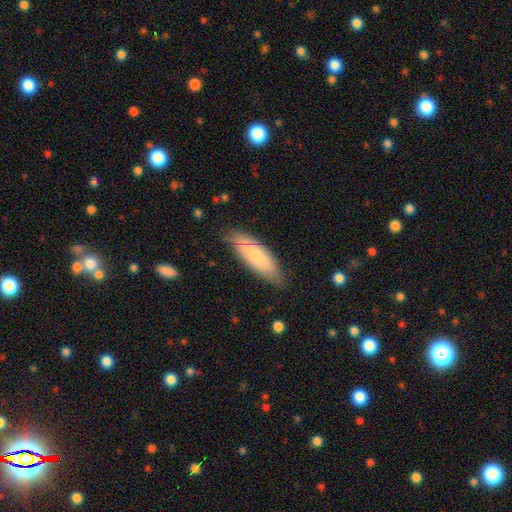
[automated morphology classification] Smooth or featured? smooth (68%)
How rounded? in between (60%)
Merging? none (73%)